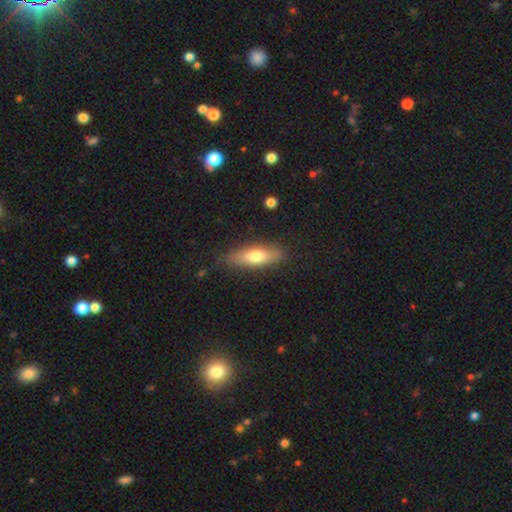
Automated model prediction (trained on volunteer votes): Overall: smooth (65%; featured or disk 28%). How rounded: in between (50%; cigar-shaped 47%). Merging: none (81%).